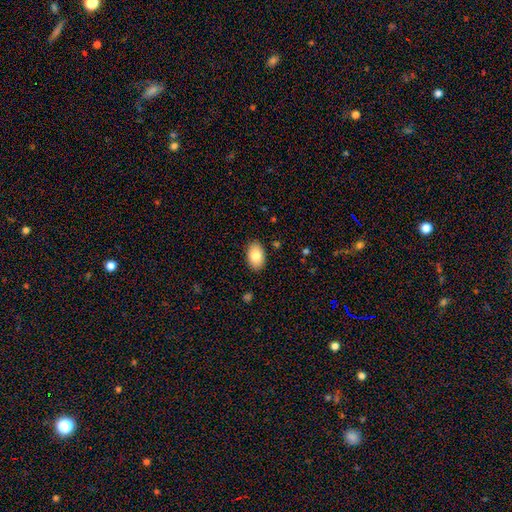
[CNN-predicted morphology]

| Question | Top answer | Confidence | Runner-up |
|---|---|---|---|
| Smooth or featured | smooth | 85% | featured or disk (9%) |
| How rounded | in between | 92% | round (7%) |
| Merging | none | 88% | minor disturbance (9%) |